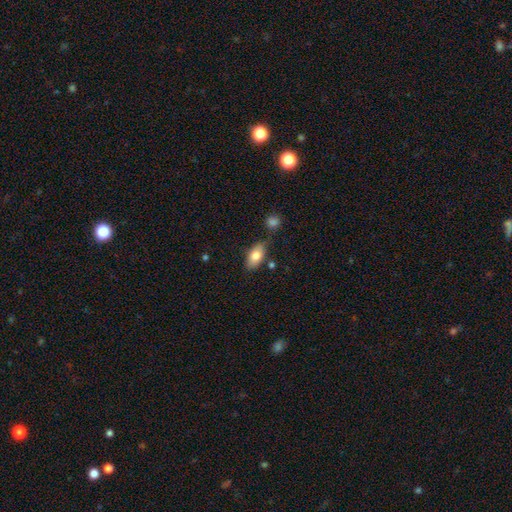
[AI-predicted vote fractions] smooth_or_featured: smooth (p=0.78) [alt: featured or disk p=0.15]
how_rounded: in between (p=0.89) [alt: cigar-shaped p=0.07]
merging: none (p=0.71) [alt: minor disturbance p=0.17]